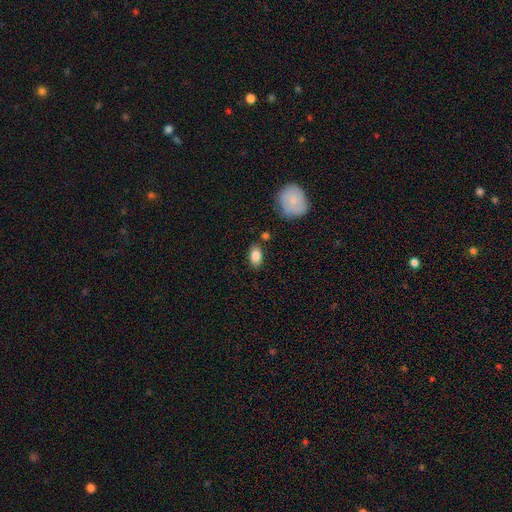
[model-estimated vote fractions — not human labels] Smooth or featured? Predicted: smooth (p=0.83). How rounded? Predicted: in between (p=0.86). Merging? Predicted: none (p=0.80).